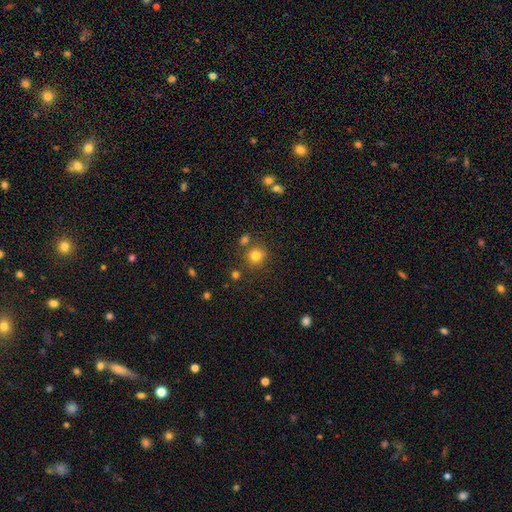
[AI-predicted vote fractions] A smooth galaxy with no disk features (80%) that is round (88%). Merging: none (77%).